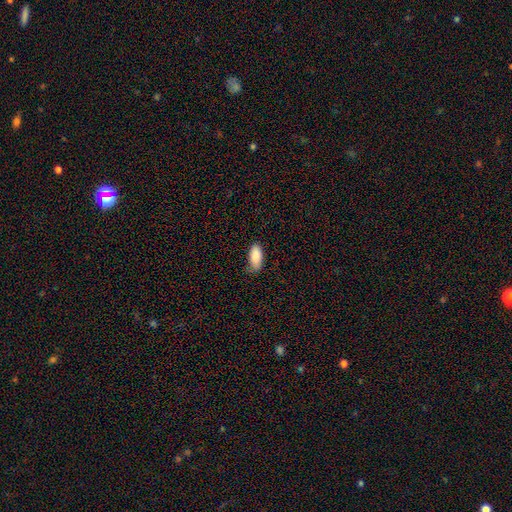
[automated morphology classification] This appears to be a smooth galaxy with no disk features (89%) that is in between round and cigar-shaped (90%). Merging: none (66%).